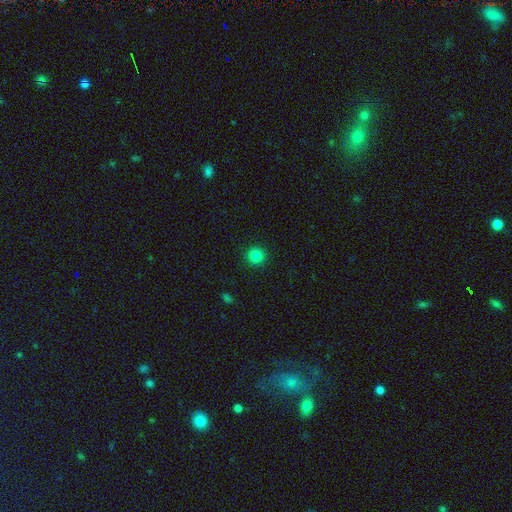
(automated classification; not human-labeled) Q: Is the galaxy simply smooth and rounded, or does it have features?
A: smooth — 84%.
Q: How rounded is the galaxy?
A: round — 94%.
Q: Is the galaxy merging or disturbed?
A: none — 93%.